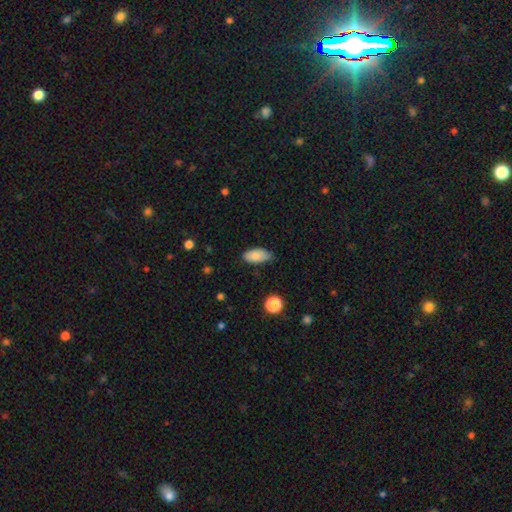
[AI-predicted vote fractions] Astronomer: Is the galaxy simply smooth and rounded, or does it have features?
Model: smooth — 84%.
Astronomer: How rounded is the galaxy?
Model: in between — 91%.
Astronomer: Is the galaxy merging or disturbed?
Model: none — 66%.